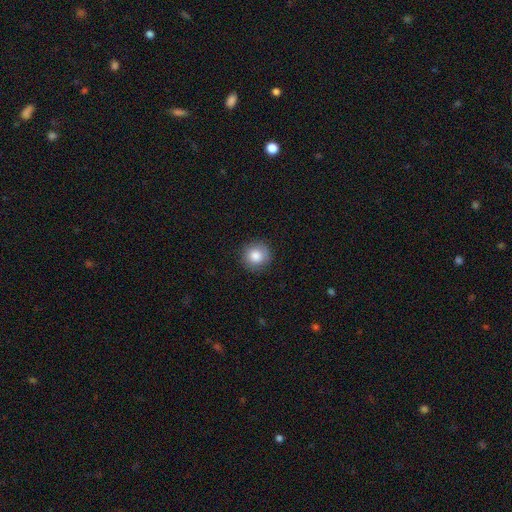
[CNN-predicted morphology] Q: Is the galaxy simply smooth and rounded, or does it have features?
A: smooth — 84%.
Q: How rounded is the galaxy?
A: round — 93%.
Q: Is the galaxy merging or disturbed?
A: none — 88%.